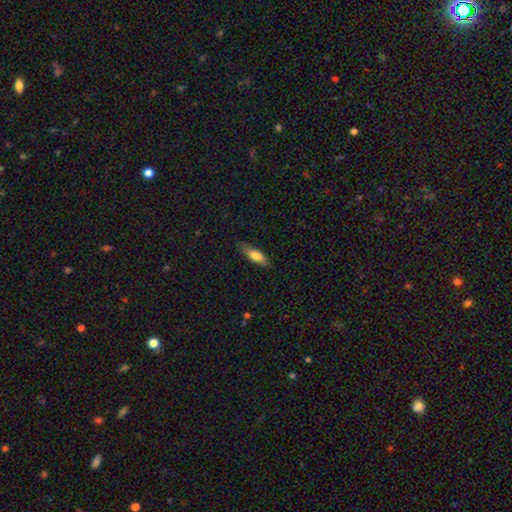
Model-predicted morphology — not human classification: Overall: smooth (73%). How rounded: in between (57%; cigar-shaped 41%). Merging: none (80%).